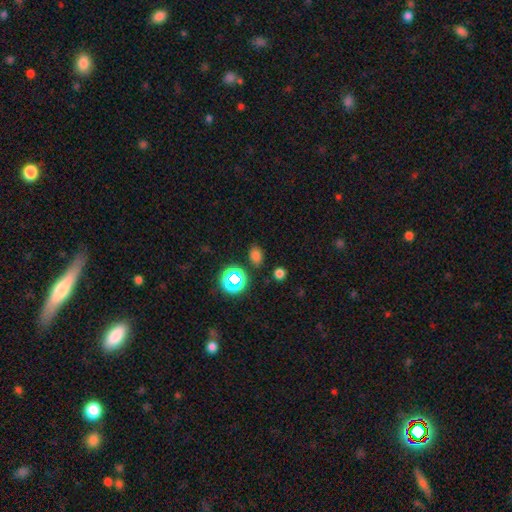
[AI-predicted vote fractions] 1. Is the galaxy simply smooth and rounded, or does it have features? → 71% smooth, 24% star or artifact, 5% featured or disk.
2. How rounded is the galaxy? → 67% in between, 31% round, 2% cigar-shaped.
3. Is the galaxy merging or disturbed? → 82% none, 11% minor disturbance, 3% merger, 3% major disturbance.